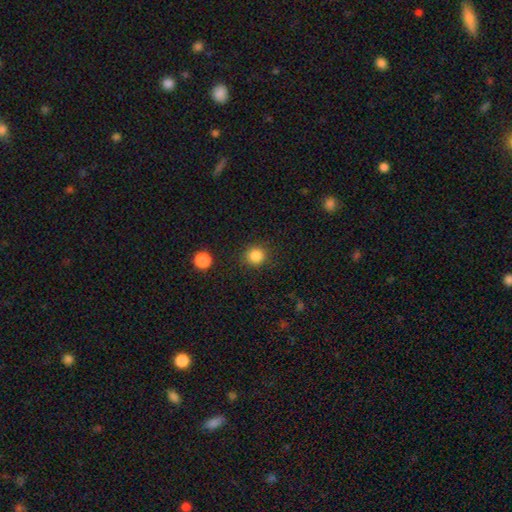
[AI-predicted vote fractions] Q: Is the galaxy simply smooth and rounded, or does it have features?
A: smooth — 85%.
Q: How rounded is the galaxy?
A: round — 92%.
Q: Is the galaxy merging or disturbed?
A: none — 88%.